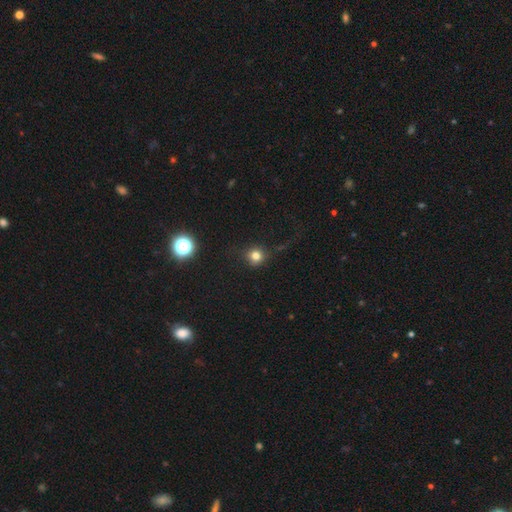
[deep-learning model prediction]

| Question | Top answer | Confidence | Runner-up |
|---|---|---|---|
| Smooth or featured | smooth | 77% | star or artifact (16%) |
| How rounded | round | 91% | in between (8%) |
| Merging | none | 80% | minor disturbance (12%) |